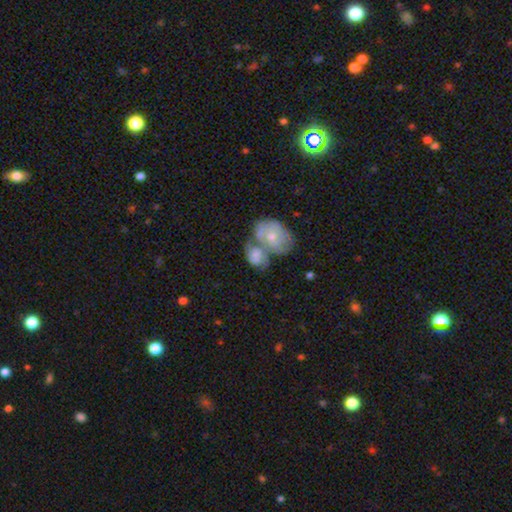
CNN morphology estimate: Q: Smooth or featured?
A: featured or disk (50%); runner-up: smooth (43%)
Q: Merging?
A: merger (64%); runner-up: none (18%)